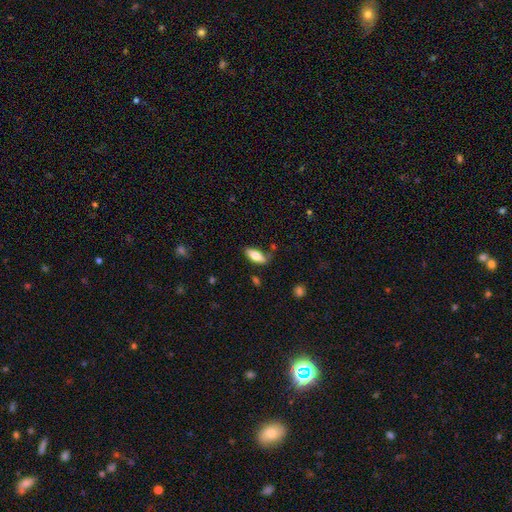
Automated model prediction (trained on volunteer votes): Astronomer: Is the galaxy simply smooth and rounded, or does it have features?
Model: smooth — 69%.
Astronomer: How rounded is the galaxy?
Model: in between — 73%.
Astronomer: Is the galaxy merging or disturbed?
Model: none — 73%.